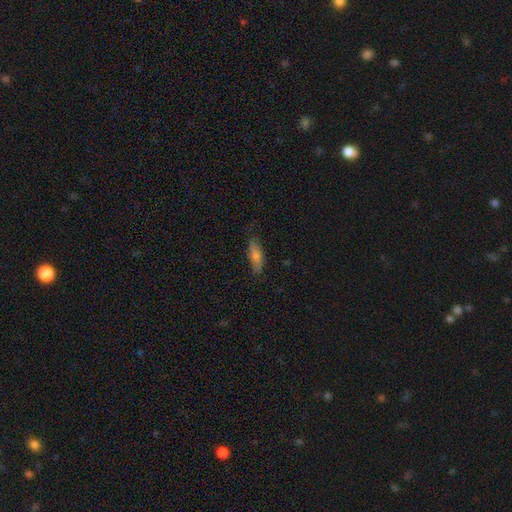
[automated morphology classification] This is likely a smooth galaxy (67%). How rounded: possibly cigar-shaped (54%). Merging: clearly none (80%).